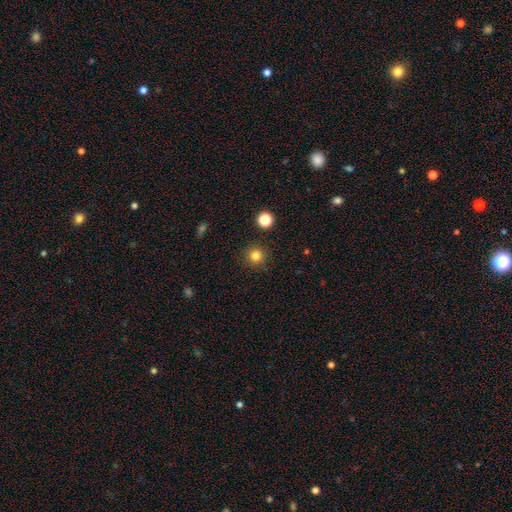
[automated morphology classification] Smooth or featured?
  - smooth: 82% *
  - star or artifact: 13%
  - featured or disk: 5%
How rounded?
  - round: 95% *
  - in between: 4%
  - cigar-shaped: 1%
Merging?
  - none: 91% *
  - minor disturbance: 6%
  - major disturbance: 2%
  - merger: 2%